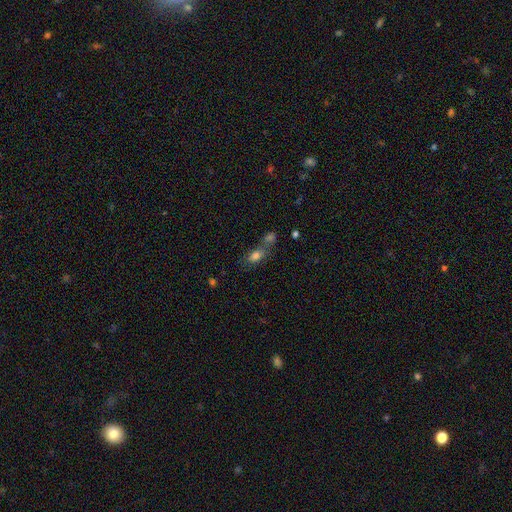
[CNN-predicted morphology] Smooth or featured: smooth — 78% (star or artifact — 11%)
How rounded: in between — 82% (round — 11%)
Merging: merger — 47% (none — 35%)